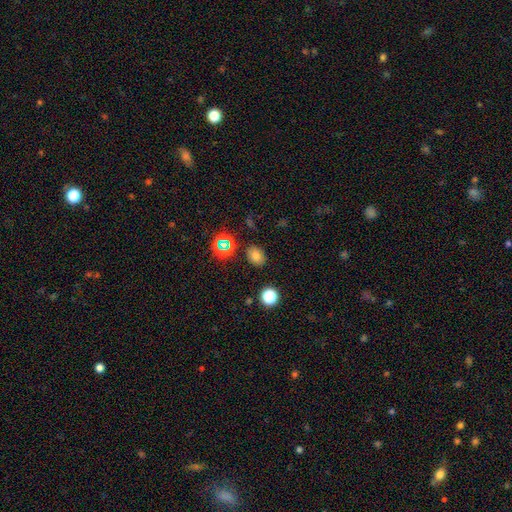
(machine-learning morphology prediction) A smooth galaxy with no disk features (70%) that is in between round and cigar-shaped (57%). Merging: none (85%).